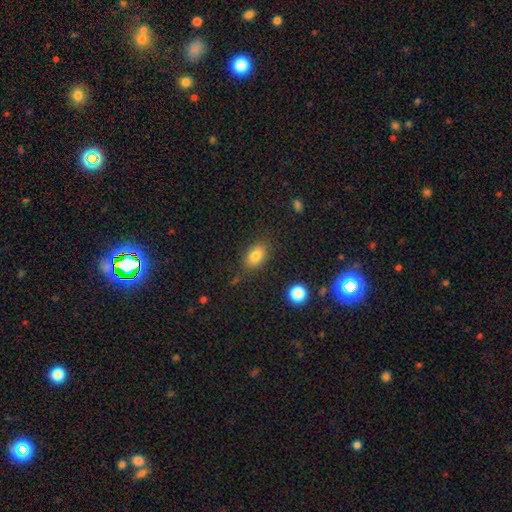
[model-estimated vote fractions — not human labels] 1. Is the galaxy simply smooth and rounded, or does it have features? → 83% smooth, 10% star or artifact, 8% featured or disk.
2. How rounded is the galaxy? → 85% in between, 13% round, 2% cigar-shaped.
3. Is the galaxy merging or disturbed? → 82% none, 12% minor disturbance, 4% major disturbance, 2% merger.